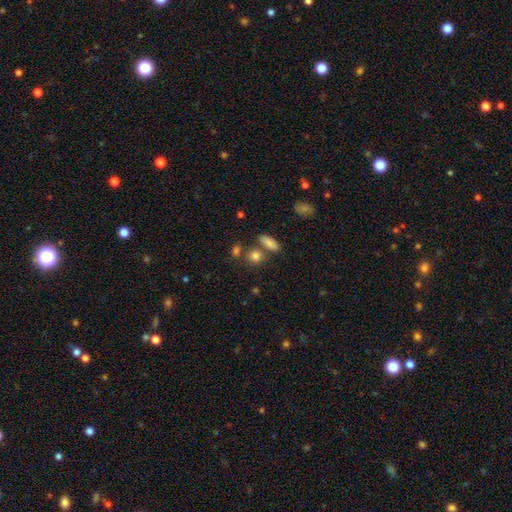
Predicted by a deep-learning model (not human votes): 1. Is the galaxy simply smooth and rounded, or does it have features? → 79% smooth, 13% star or artifact, 8% featured or disk.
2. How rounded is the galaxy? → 62% round, 34% in between, 4% cigar-shaped.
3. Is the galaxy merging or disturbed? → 64% none, 21% merger, 11% minor disturbance, 4% major disturbance.